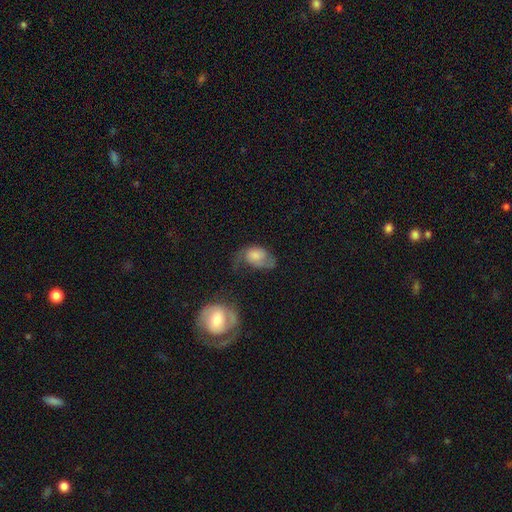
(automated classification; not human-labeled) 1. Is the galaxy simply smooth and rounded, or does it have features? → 48% smooth, 43% featured or disk, 9% star or artifact.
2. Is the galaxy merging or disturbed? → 34% major disturbance, 31% none, 28% minor disturbance, 6% merger.